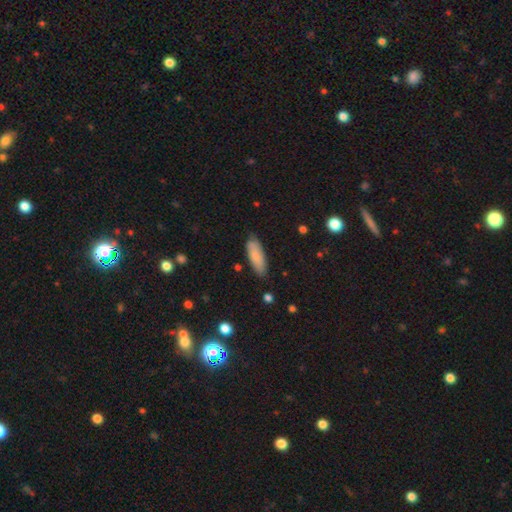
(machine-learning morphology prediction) smooth 81%, featured or disk 13%, star or artifact 6%. Down the decision tree: how rounded — in between (62%); merging — none (79%).